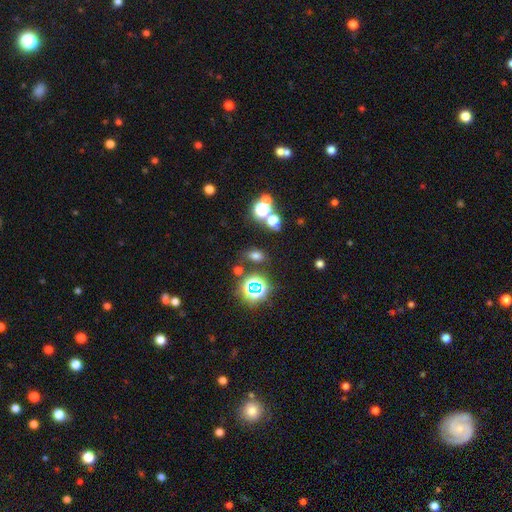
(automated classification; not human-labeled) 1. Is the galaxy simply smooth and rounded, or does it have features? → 62% smooth, 30% star or artifact, 8% featured or disk.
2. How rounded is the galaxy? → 69% in between, 29% round, 2% cigar-shaped.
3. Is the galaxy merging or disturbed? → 76% none, 12% minor disturbance, 7% merger, 5% major disturbance.